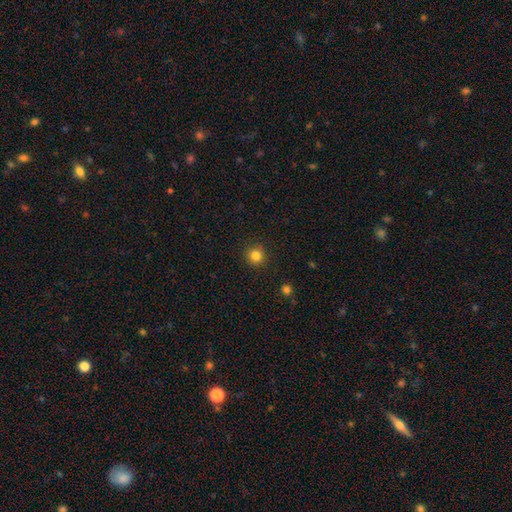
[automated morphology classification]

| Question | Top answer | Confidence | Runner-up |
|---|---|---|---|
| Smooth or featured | smooth | 83% | star or artifact (13%) |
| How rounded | round | 94% | in between (5%) |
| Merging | none | 92% | minor disturbance (5%) |